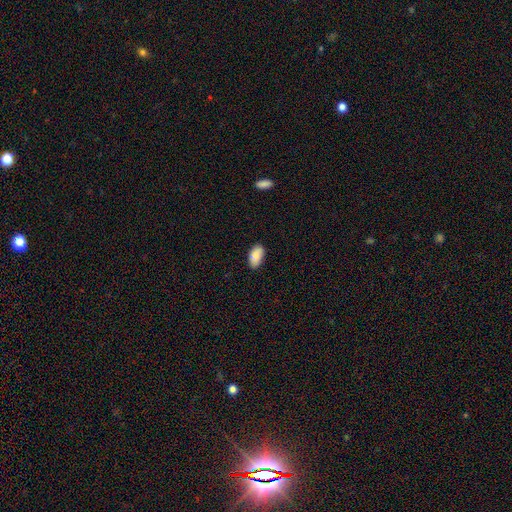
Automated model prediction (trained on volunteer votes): smooth 87%, star or artifact 7%, featured or disk 6%. Down the decision tree: how rounded — in between (95%); merging — none (82%).